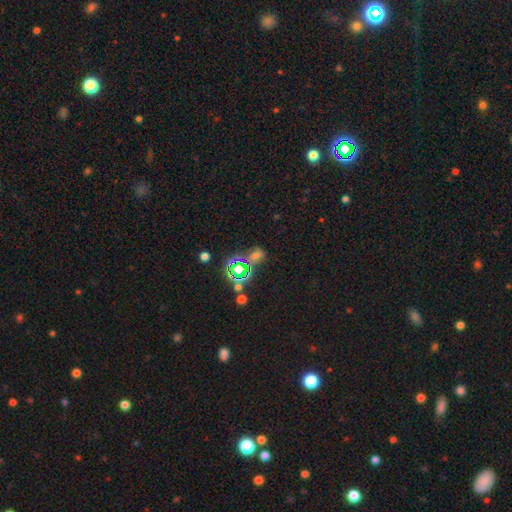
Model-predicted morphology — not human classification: type=star or artifact (53%).